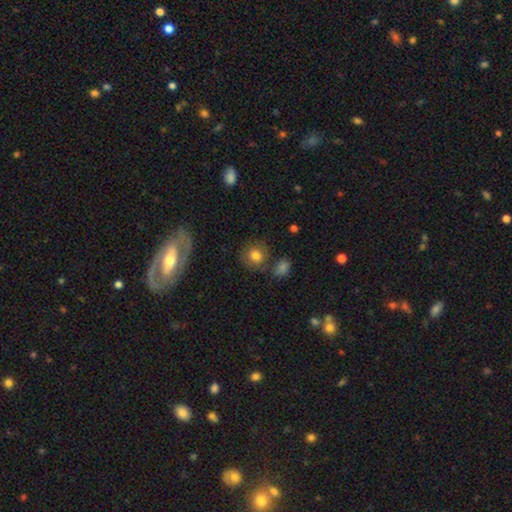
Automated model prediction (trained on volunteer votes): Overall: smooth (80%). How rounded: round (84%). Merging: none (71%).